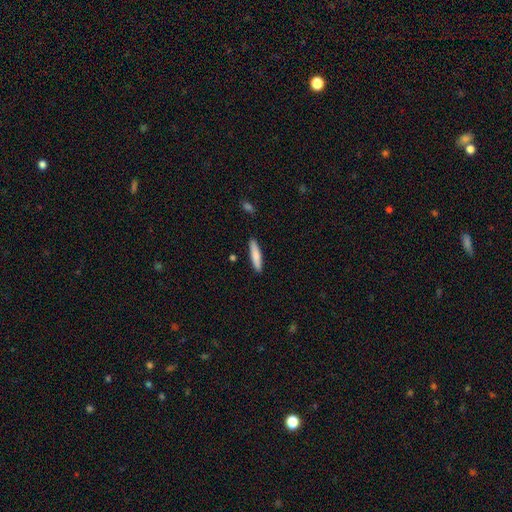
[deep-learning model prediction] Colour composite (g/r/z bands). It shows a smooth galaxy with no disk features (81%) that is cigar-shaped (83%). Merging: none (89%).